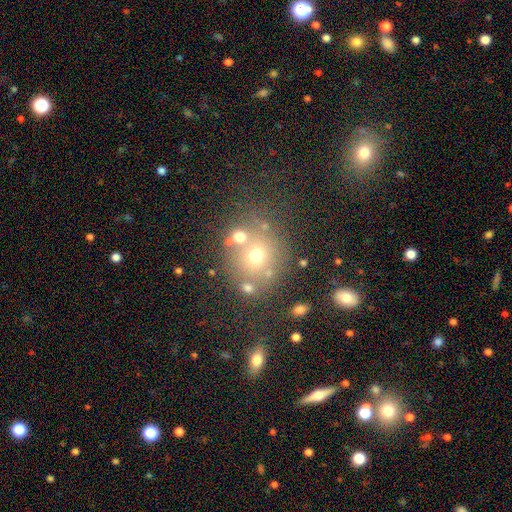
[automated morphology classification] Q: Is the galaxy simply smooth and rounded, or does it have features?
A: smooth — 59%.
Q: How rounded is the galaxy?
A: round — 81%.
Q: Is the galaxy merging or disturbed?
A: none — 65%.